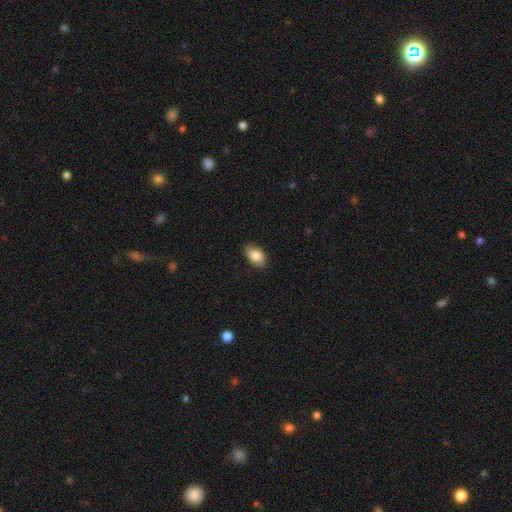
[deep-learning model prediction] Smooth or featured: smooth — 85% (featured or disk — 8%)
How rounded: in between — 89% (round — 9%)
Merging: none — 81% (minor disturbance — 16%)